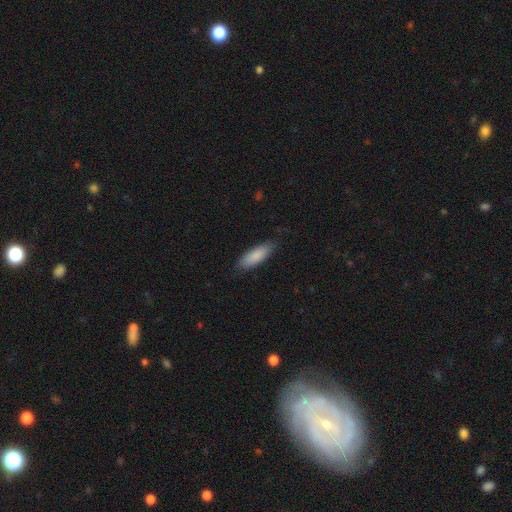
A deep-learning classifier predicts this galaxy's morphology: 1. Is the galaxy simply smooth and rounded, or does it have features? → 87% smooth, 8% featured or disk, 5% star or artifact.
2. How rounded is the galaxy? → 58% in between, 41% cigar-shaped, 1% round.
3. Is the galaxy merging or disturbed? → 84% none, 13% minor disturbance, 2% major disturbance, 1% merger.